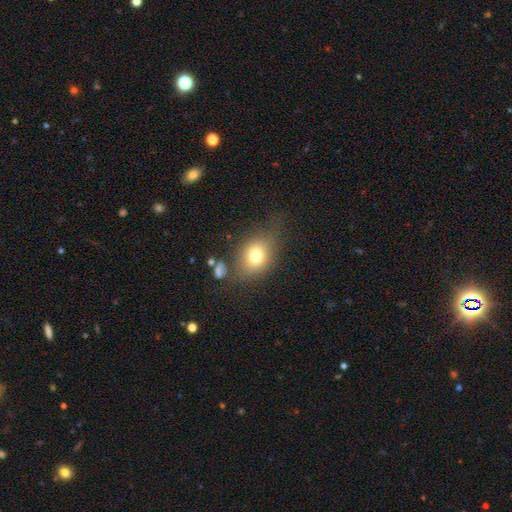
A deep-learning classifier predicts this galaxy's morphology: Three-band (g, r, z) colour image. It shows a smooth galaxy with no disk features (72%) that is in between round and cigar-shaped (53%). Merging: none (60%).